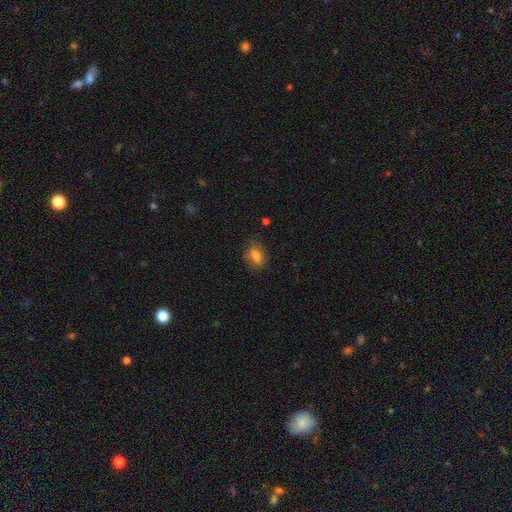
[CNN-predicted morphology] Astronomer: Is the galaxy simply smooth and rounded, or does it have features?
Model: smooth — 77%.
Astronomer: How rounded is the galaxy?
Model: in between — 80%.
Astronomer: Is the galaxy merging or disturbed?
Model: none — 74%.